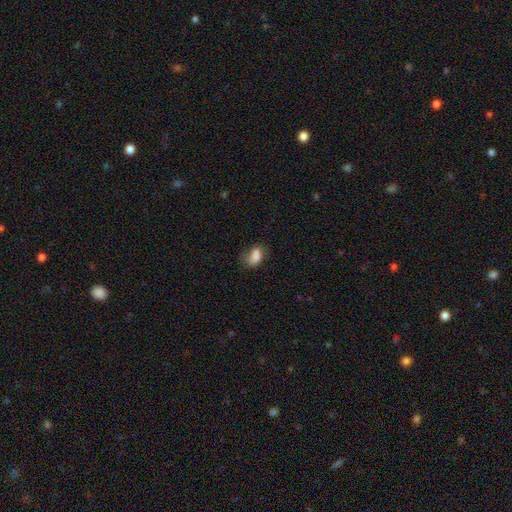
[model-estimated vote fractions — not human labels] Smooth or featured?
  - smooth: 78% *
  - featured or disk: 12%
  - star or artifact: 9%
How rounded?
  - in between: 85% *
  - round: 12%
  - cigar-shaped: 3%
Merging?
  - none: 43% *
  - minor disturbance: 32%
  - major disturbance: 22%
  - merger: 3%